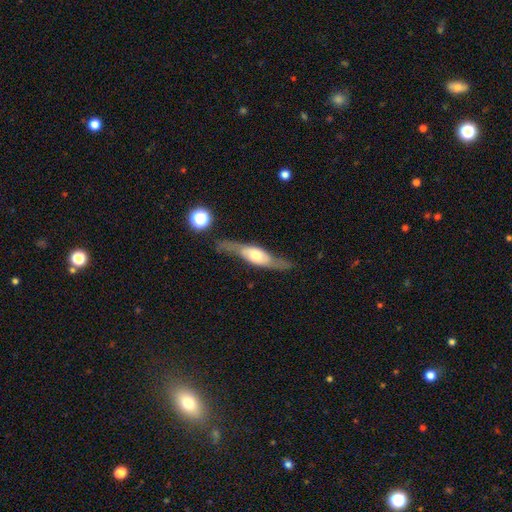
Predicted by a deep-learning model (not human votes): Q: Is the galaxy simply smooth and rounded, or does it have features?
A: featured or disk — 65%.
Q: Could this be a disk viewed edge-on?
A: yes — 58%.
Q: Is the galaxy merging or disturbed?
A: none — 68%.